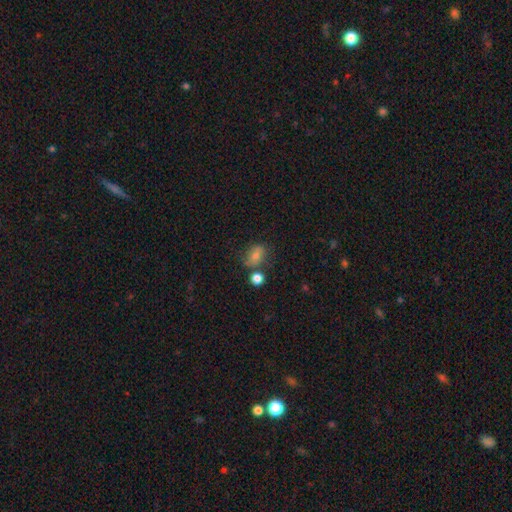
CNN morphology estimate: A smooth galaxy with no disk features (73%) that is in between round and cigar-shaped (70%). Merging: none (61%).